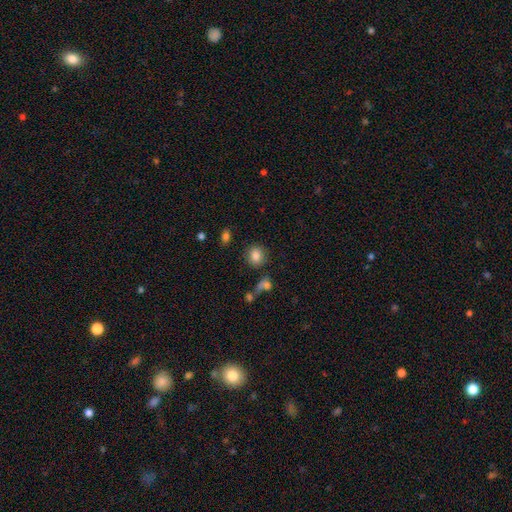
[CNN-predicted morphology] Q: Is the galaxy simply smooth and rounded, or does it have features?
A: smooth — 85%.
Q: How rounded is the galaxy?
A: round — 79%.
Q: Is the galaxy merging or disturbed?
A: none — 82%.